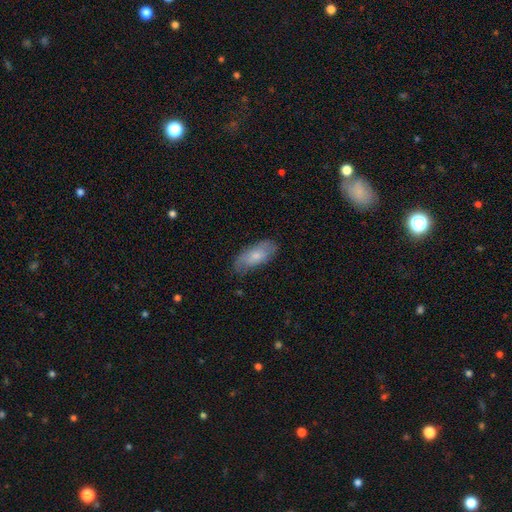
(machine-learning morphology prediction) This is likely a smooth galaxy (69%). How rounded: clearly in between (85%). Merging: likely none (70%).